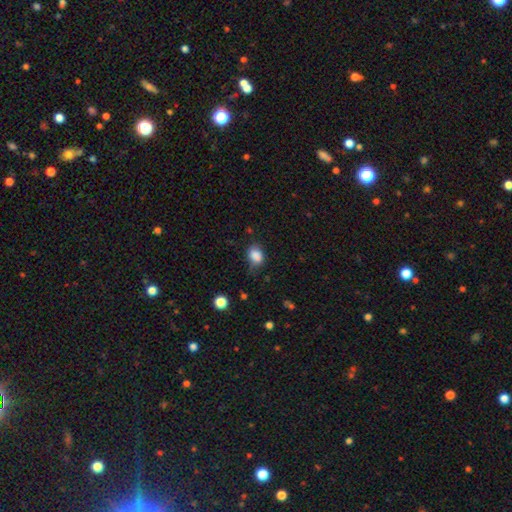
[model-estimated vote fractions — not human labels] smooth_or_featured: smooth (p=0.84) [alt: star or artifact p=0.10]
how_rounded: in between (p=0.58) [alt: round p=0.41]
merging: none (p=0.58) [alt: minor disturbance p=0.30]